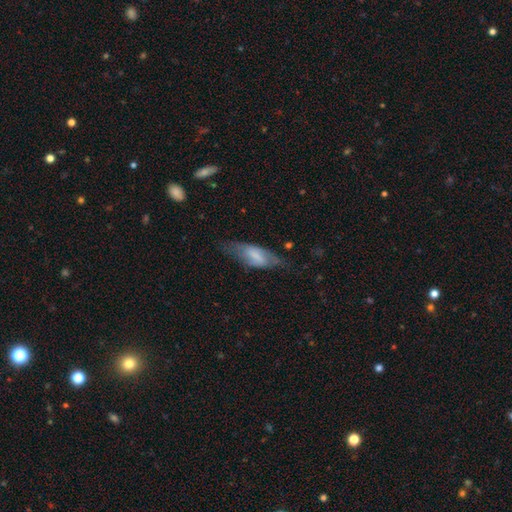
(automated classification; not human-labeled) Smooth or featured?
  - smooth: 55% *
  - featured or disk: 38%
  - star or artifact: 7%
How rounded?
  - in between: 69% *
  - cigar-shaped: 28%
  - round: 3%
Merging?
  - none: 53% *
  - minor disturbance: 28%
  - major disturbance: 17%
  - merger: 2%